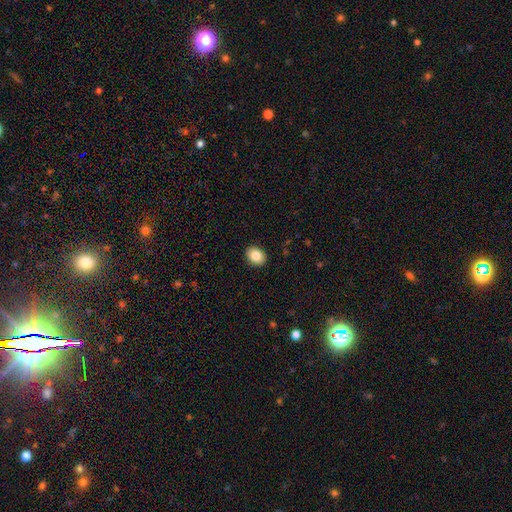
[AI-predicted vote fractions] This appears to be a smooth galaxy with no disk features (86%) that is in between round and cigar-shaped (60%). Merging: none (91%).